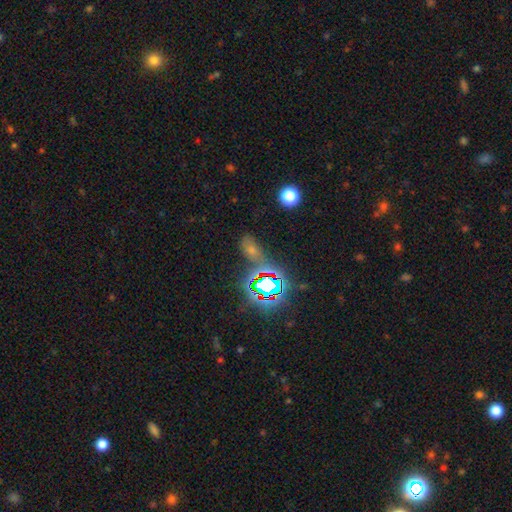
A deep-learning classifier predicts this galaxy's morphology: Q: Smooth or featured?
A: star or artifact (66%); runner-up: smooth (22%)